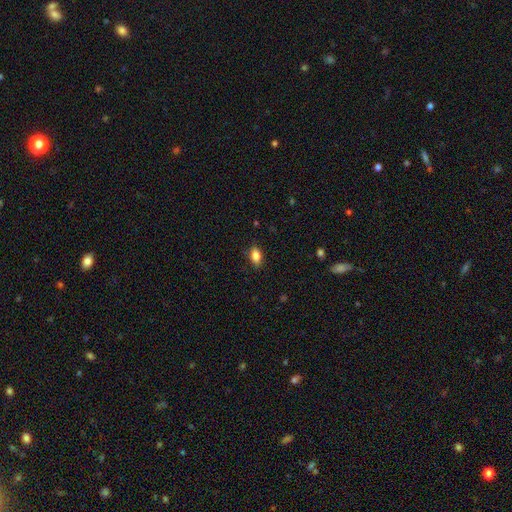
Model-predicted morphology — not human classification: smooth-or-featured: smooth: 85% | star or artifact: 9% | featured or disk: 6%
  how-rounded: in between: 87% | round: 9% | cigar-shaped: 4%
  merging: none: 85% | minor disturbance: 12% | major disturbance: 2% | merger: 1%